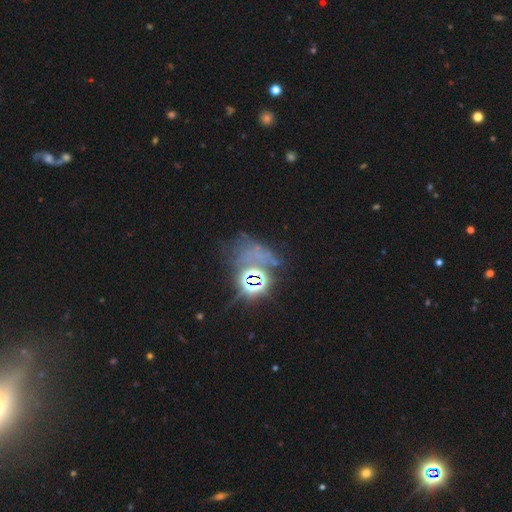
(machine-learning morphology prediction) Smooth or featured? star or artifact (70%)